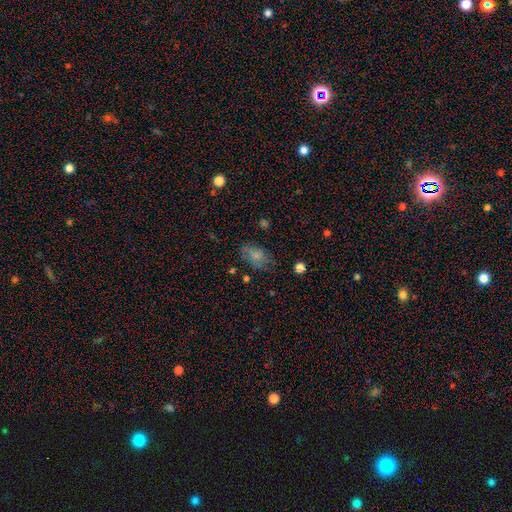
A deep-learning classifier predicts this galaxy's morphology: This is likely a smooth galaxy (71%). How rounded: clearly in between (81%). Merging: likely none (61%).